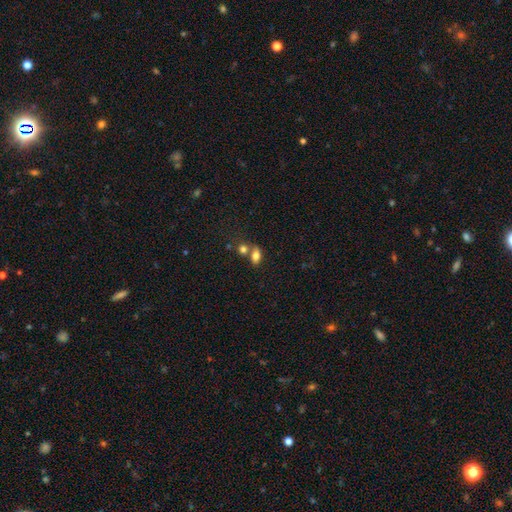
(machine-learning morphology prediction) Overall: smooth (79%). How rounded: in between (83%). Merging: none (46%; merger 38%).